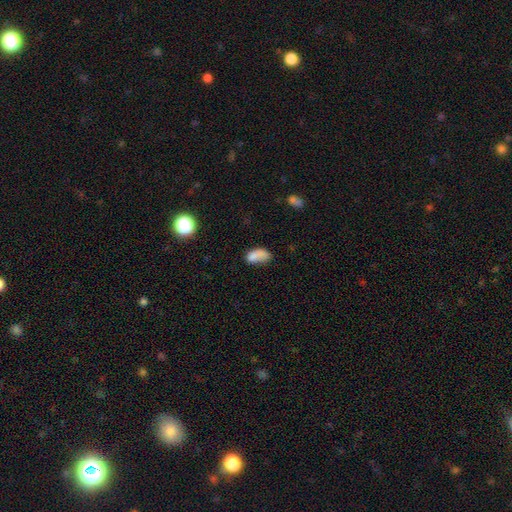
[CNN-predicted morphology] Smooth or featured? smooth (78%)
How rounded? in between (91%)
Merging? none (43%)